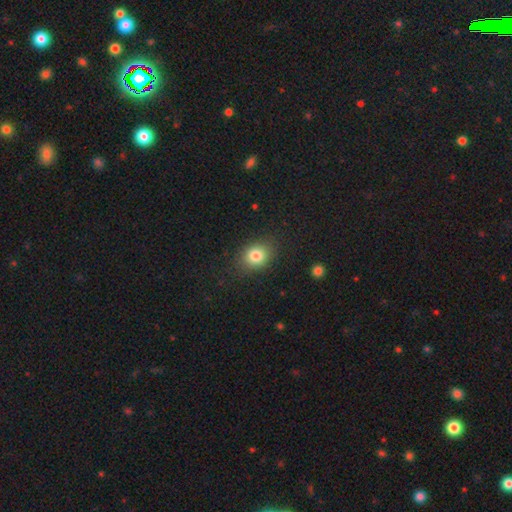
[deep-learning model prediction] The model was most divided on "how rounded": in between: 55%, round: 43%, cigar-shaped: 1%. More confident: merging — none (82%); smooth or featured — smooth (81%).